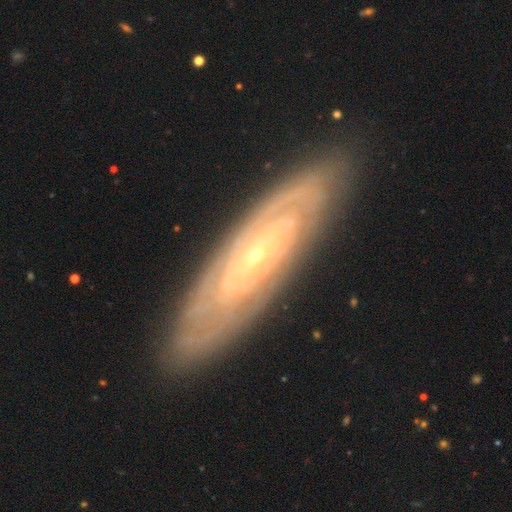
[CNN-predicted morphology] smooth-or-featured: featured or disk: 83% | smooth: 11% | star or artifact: 6%
  disk-edge-on: no: 82% | yes: 18%
    bar: no: 67% | weak: 23% | strong: 10%
    has-spiral-arms: yes: 91% | no: 9%
      spiral-winding: tight: 79% | medium: 17% | loose: 4%
      spiral-arm-count: can't tell: 50% | 2: 21% | 3: 10% | 4: 8% | more than 4: 7% | 1: 5%
    bulge-size: small: 80% | moderate: 16% | large: 1% | none: 1% | dominant: 1%
  merging: none: 84% | minor disturbance: 12% | major disturbance: 3% | merger: 1%